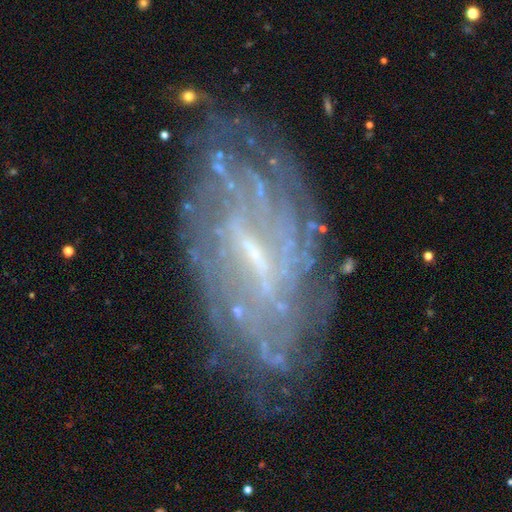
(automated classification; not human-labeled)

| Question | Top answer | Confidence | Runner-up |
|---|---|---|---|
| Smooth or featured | featured or disk | 82% | smooth (10%) |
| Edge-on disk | no | 93% | yes (7%) |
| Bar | weak | 51% | strong (31%) |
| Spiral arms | yes | 84% | no (16%) |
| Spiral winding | tight | 65% | medium (25%) |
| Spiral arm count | can't tell | 60% | more than 4 (10%) |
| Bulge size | small | 57% | moderate (23%) |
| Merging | none | 75% | minor disturbance (16%) |